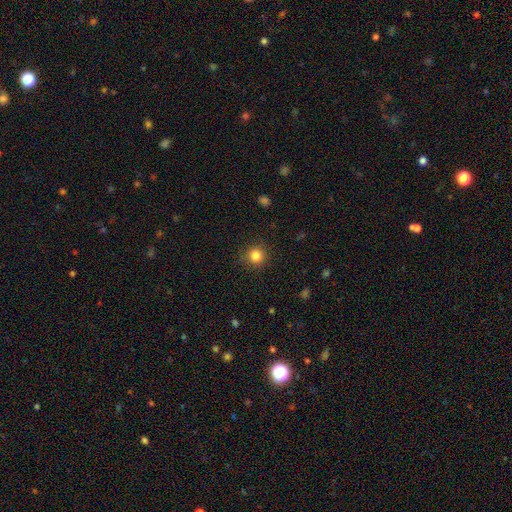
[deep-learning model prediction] smooth 84%, star or artifact 12%, featured or disk 5%. Down the decision tree: how rounded — round (94%); merging — none (90%).